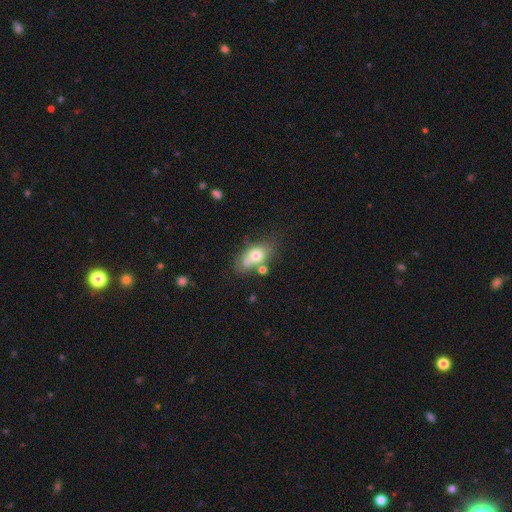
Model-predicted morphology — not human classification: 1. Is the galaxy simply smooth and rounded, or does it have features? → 68% smooth, 22% featured or disk, 9% star or artifact.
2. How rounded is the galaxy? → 77% in between, 19% round, 4% cigar-shaped.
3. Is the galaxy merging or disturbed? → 48% none, 25% merger, 19% minor disturbance, 8% major disturbance.